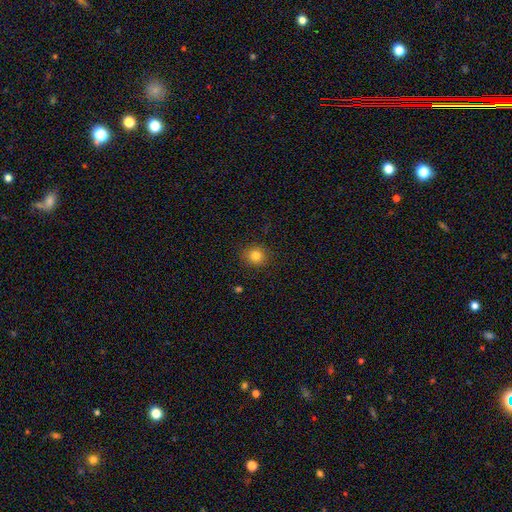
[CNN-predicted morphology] Smooth or featured?
  - smooth: 82% *
  - star or artifact: 12%
  - featured or disk: 6%
How rounded?
  - round: 84% *
  - in between: 15%
  - cigar-shaped: 1%
Merging?
  - none: 88% *
  - minor disturbance: 8%
  - major disturbance: 2%
  - merger: 1%